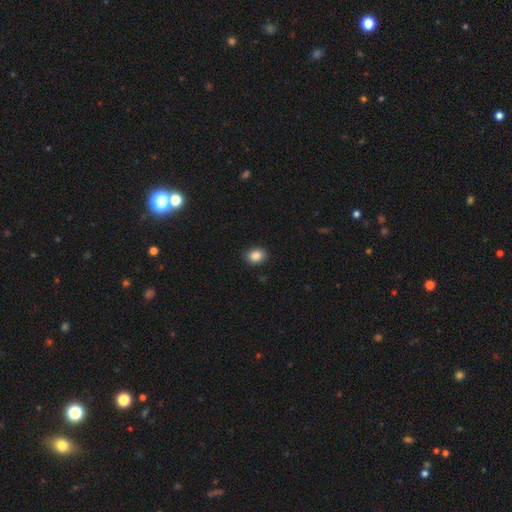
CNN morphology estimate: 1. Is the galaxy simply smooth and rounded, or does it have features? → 87% smooth, 9% star or artifact, 4% featured or disk.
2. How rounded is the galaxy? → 57% in between, 42% round, 1% cigar-shaped.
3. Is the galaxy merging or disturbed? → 90% none, 8% minor disturbance, 2% major disturbance, 1% merger.